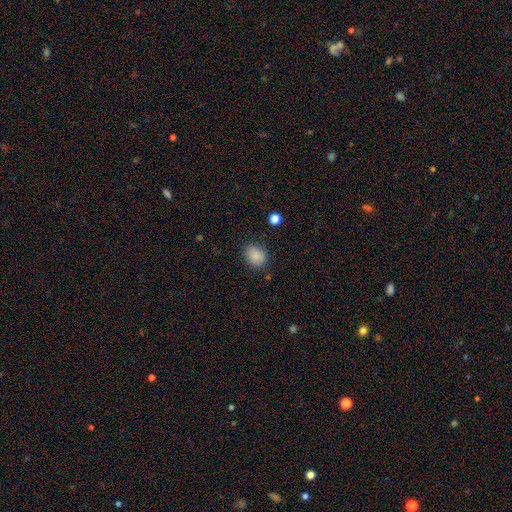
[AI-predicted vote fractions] smooth 86%, star or artifact 10%, featured or disk 4%. Down the decision tree: how rounded — round (51%); merging — none (81%).